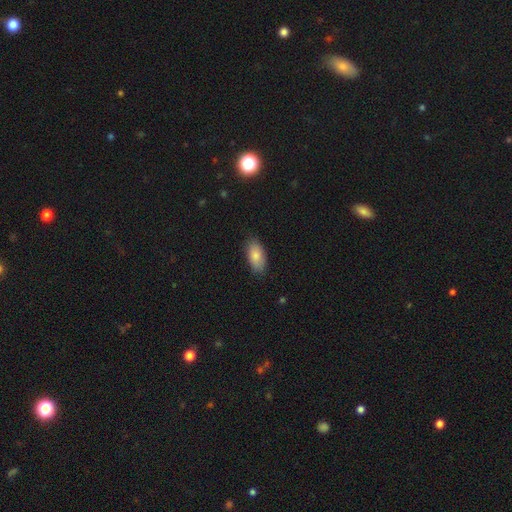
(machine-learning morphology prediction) The model was most divided on "merging": none: 85%, minor disturbance: 12%, major disturbance: 2%, merger: 1%. More confident: how rounded — in between (92%); smooth or featured — smooth (84%).